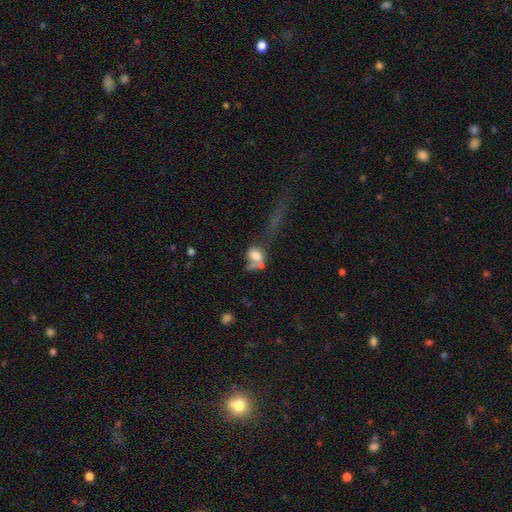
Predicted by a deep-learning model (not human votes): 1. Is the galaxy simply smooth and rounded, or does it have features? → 65% smooth, 23% featured or disk, 12% star or artifact.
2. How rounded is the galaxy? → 63% in between, 33% round, 3% cigar-shaped.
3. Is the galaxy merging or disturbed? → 35% merger, 31% major disturbance, 21% none, 14% minor disturbance.